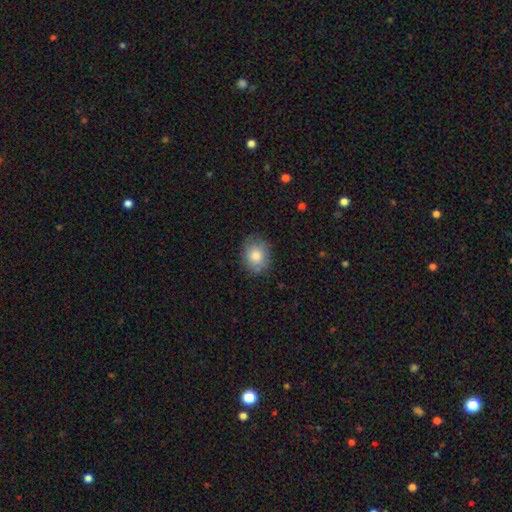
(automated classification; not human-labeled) This is clearly a smooth galaxy (82%). How rounded: possibly round (60%). Merging: clearly none (82%).